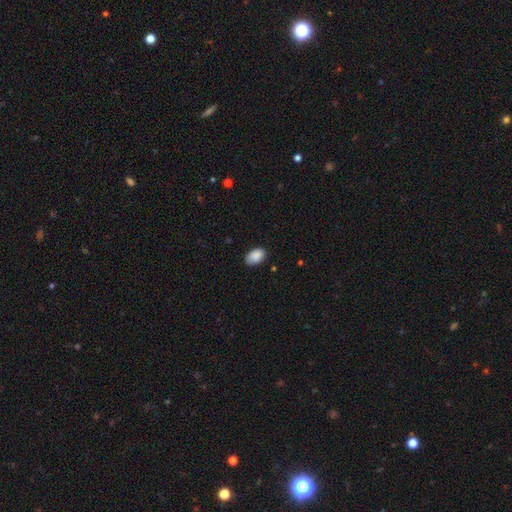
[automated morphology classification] A smooth galaxy with no disk features (89%) that is in between round and cigar-shaped (91%). Merging: none (79%).